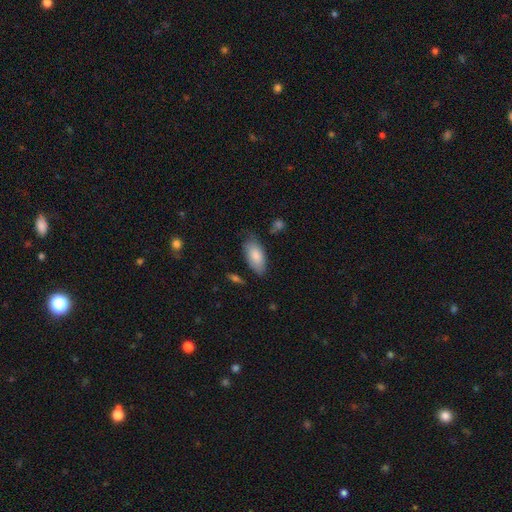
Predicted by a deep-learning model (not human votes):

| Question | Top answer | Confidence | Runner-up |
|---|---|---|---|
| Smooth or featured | smooth | 82% | featured or disk (12%) |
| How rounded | in between | 92% | cigar-shaped (6%) |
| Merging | none | 65% | minor disturbance (26%) |